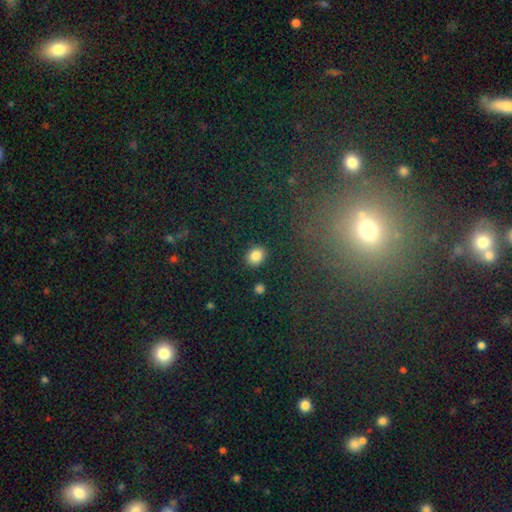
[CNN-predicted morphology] A smooth galaxy with no disk features (85%) that is round (64%). Merging: none (88%).